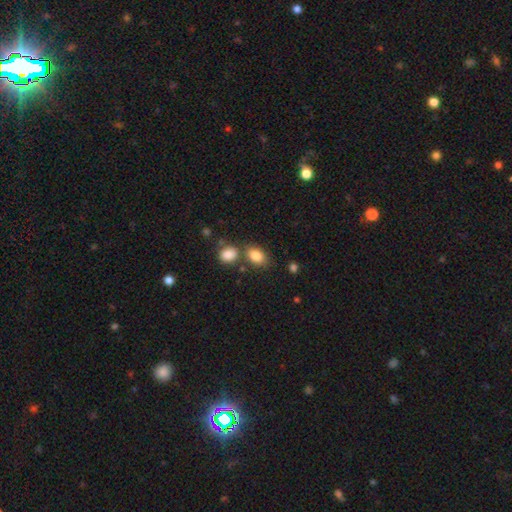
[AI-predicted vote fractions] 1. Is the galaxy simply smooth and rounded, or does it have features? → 84% smooth, 9% star or artifact, 6% featured or disk.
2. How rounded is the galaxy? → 80% in between, 18% round, 1% cigar-shaped.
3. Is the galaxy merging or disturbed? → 63% none, 20% merger, 13% minor disturbance, 4% major disturbance.